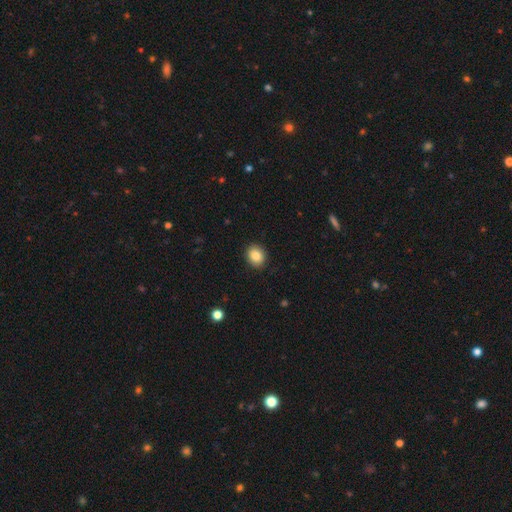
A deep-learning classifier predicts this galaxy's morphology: smooth_or_featured: smooth (p=0.85) [alt: star or artifact p=0.09]
how_rounded: round (p=0.60) [alt: in between p=0.40]
merging: none (p=0.91) [alt: minor disturbance p=0.07]